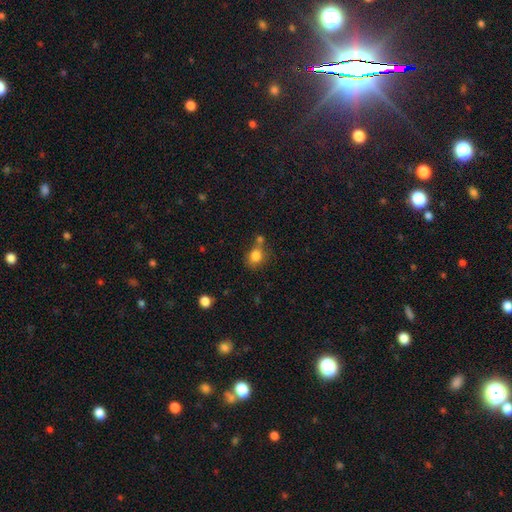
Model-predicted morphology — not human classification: Q: Smooth or featured?
A: smooth (82%); runner-up: star or artifact (11%)
Q: How rounded?
A: round (67%); runner-up: in between (32%)
Q: Merging?
A: none (55%); runner-up: merger (24%)